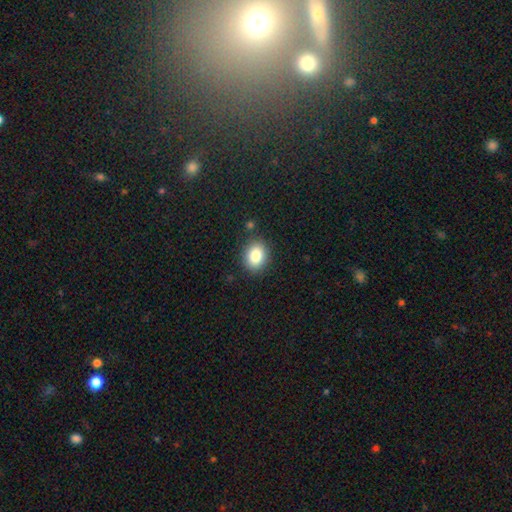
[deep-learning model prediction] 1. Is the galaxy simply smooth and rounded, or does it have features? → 84% smooth, 9% star or artifact, 7% featured or disk.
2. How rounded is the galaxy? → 51% in between, 48% round, 1% cigar-shaped.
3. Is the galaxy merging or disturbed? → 86% none, 9% minor disturbance, 3% major disturbance, 2% merger.